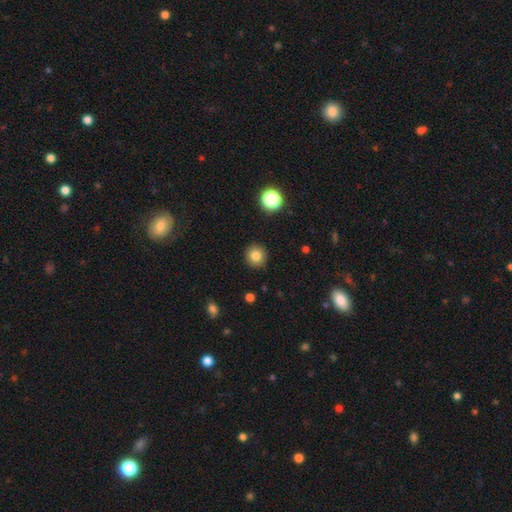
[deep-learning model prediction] Smooth or featured? Predicted: smooth (p=0.81). How rounded? Predicted: round (p=0.93). Merging? Predicted: none (p=0.91).